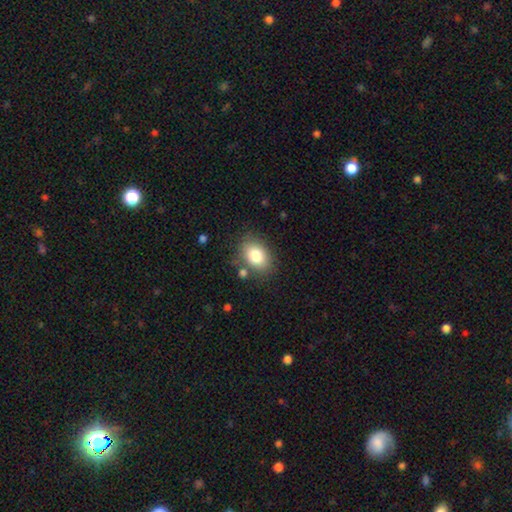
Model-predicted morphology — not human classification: Smooth or featured: smooth — 80% (featured or disk — 11%)
How rounded: in between — 76% (round — 23%)
Merging: none — 77% (minor disturbance — 14%)